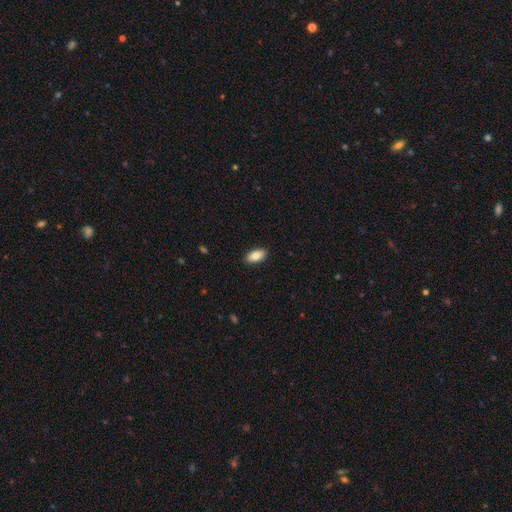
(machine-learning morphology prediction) Smooth or featured: smooth — 80% (featured or disk — 13%)
How rounded: in between — 92% (cigar-shaped — 5%)
Merging: none — 89% (minor disturbance — 8%)